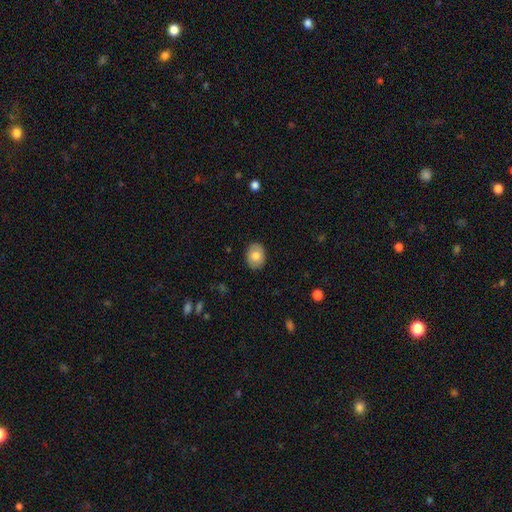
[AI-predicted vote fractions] smooth 79%, featured or disk 14%, star or artifact 7%. Down the decision tree: how rounded — in between (65%); merging — none (88%).